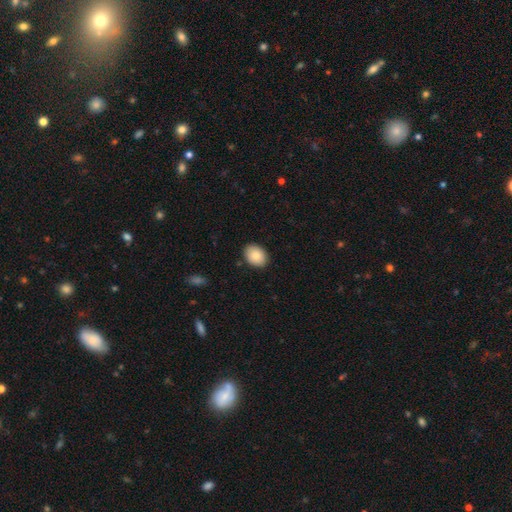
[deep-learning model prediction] This appears to be a smooth galaxy with no disk features (86%) that is in between round and cigar-shaped (70%). Merging: none (88%).